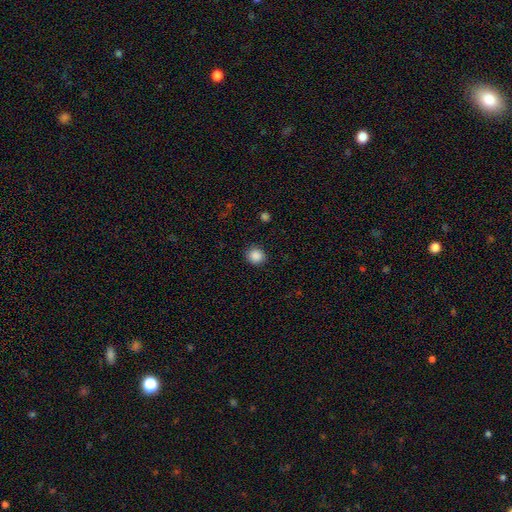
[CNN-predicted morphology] A smooth galaxy with no disk features (87%) that is round (87%). Merging: none (90%).